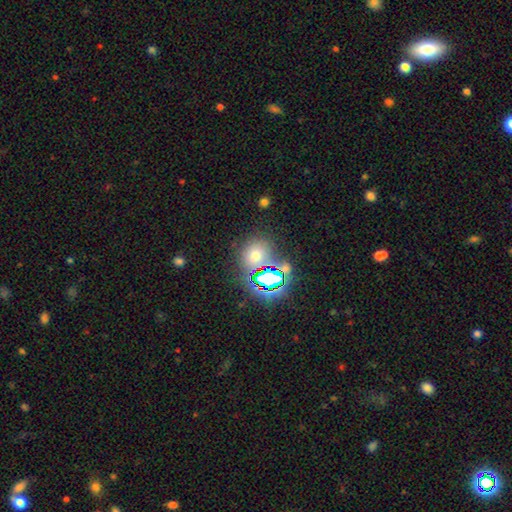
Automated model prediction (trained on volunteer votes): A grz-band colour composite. It shows a smooth galaxy with no disk features (55%) that is round (65%). Merging: none (73%).